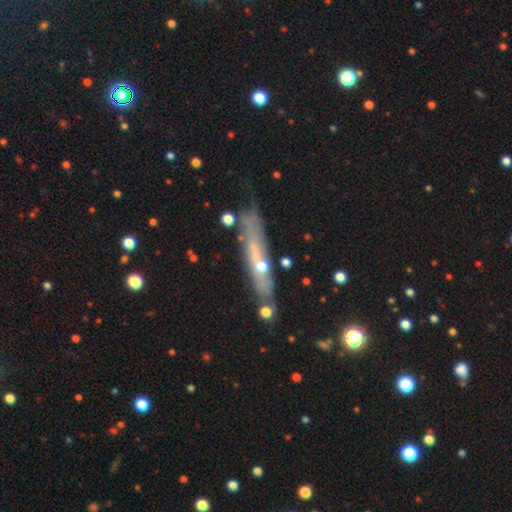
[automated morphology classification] Smooth or featured?
  - featured or disk: 58% *
  - smooth: 31%
  - star or artifact: 11%
Edge-on disk?
  - yes: 69% *
  - no: 31%
Merging?
  - none: 74% *
  - minor disturbance: 17%
  - merger: 5%
  - major disturbance: 5%